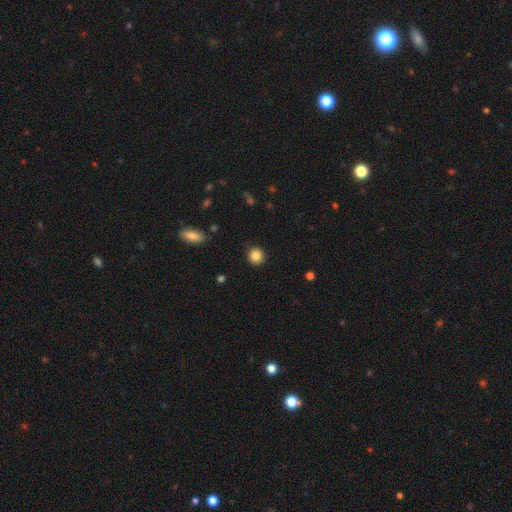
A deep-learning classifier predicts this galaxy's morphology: smooth 85%, star or artifact 10%, featured or disk 5%. Down the decision tree: how rounded — round (91%); merging — none (90%).